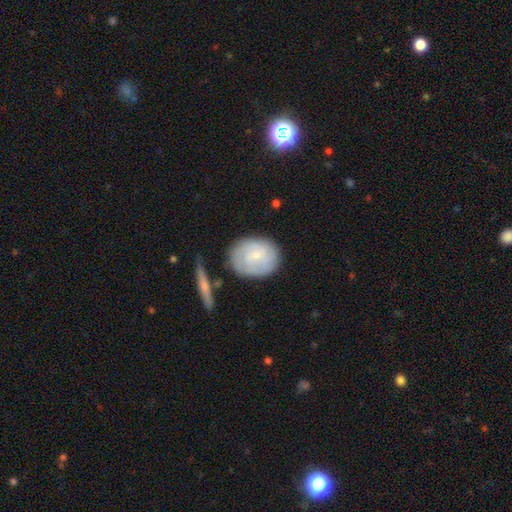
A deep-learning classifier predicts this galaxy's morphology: Q: Smooth or featured?
A: smooth (49%); runner-up: featured or disk (45%)
Q: Merging?
A: none (72%); runner-up: minor disturbance (18%)